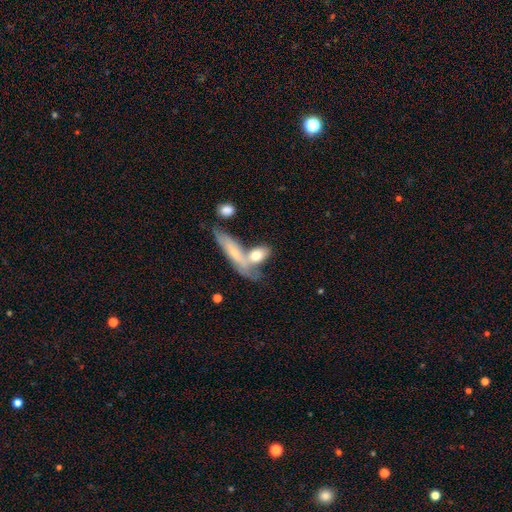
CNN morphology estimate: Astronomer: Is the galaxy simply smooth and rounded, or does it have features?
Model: smooth — 67%.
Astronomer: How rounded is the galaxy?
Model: in between — 65%.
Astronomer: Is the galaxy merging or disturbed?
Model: merger — 49% (runner-up: none, 31%).